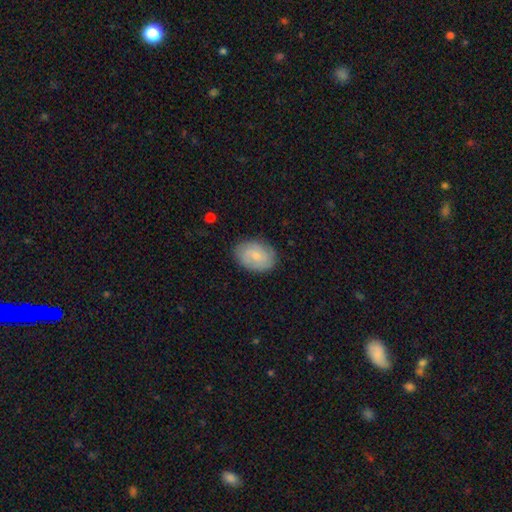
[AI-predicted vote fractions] Q: Smooth or featured?
A: smooth (59%); runner-up: featured or disk (34%)
Q: How rounded?
A: in between (78%); runner-up: round (20%)
Q: Merging?
A: none (83%); runner-up: minor disturbance (13%)